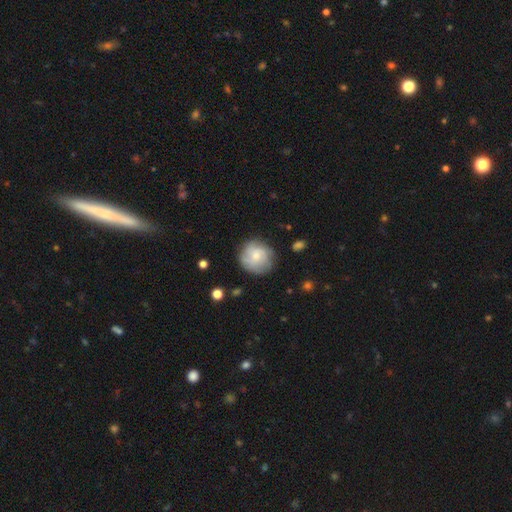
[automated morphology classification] Overall: featured or disk (50%; smooth 42%). Edge-on disk: no (98%). Merging: none (78%).